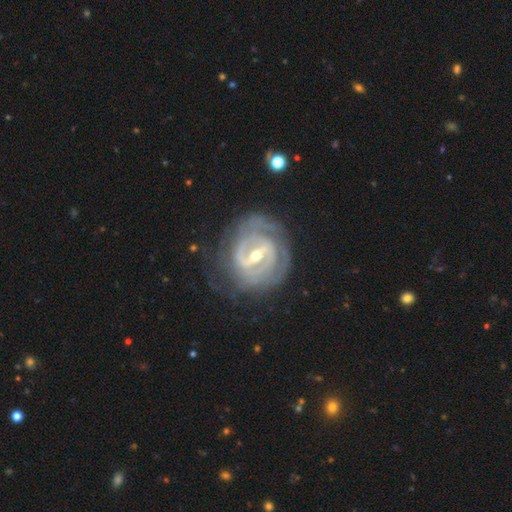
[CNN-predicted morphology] The model was most divided on "bulge size": moderate: 52%, small: 44%, large: 2%, none: 1%, dominant: 1%. Remaining: edge-on disk — no (96%); spiral arms — yes (94%); smooth or featured — featured or disk (90%); merging — none (74%); spiral winding — tight (71%); bar — strong (59%); spiral arm count — 2 (39%).